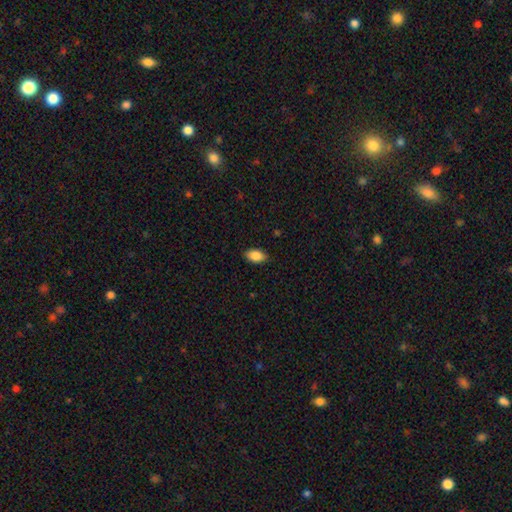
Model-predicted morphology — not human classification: Smooth or featured: smooth — 87% (star or artifact — 7%)
How rounded: in between — 91% (round — 6%)
Merging: none — 86% (minor disturbance — 11%)